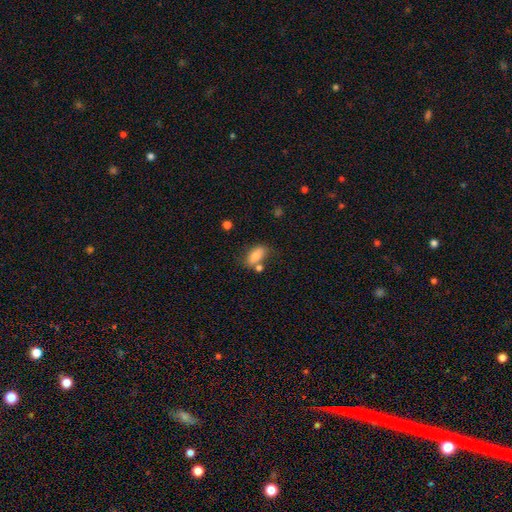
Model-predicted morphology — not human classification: A smooth galaxy with no disk features (78%) that is in between round and cigar-shaped (85%). Merging: none (61%).